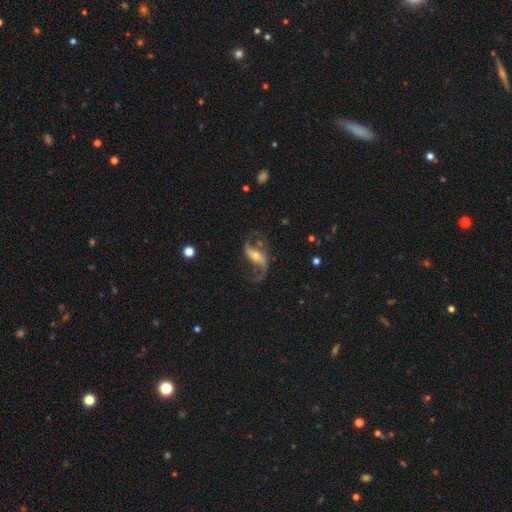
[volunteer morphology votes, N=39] type=featured or disk (90%); edge-on=no (100%); bar=weak (43%); spiral arms=yes (97%); winding=loose (88%); arm count=2 (100%); bulge=moderate (51%); merging=none (73%).